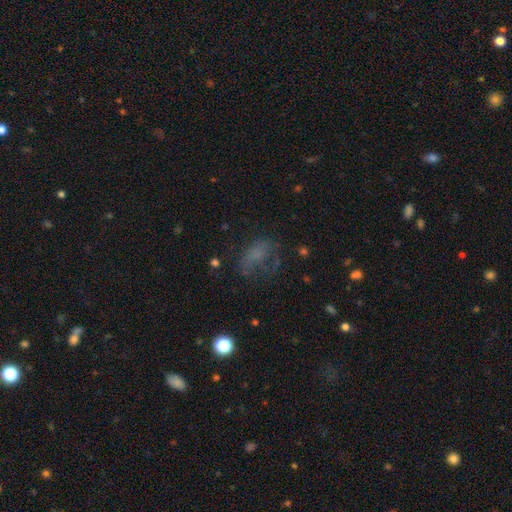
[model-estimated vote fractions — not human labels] Overall: smooth (51%; featured or disk 28%). How rounded: in between (79%). Merging: none (40%; major disturbance 35%).